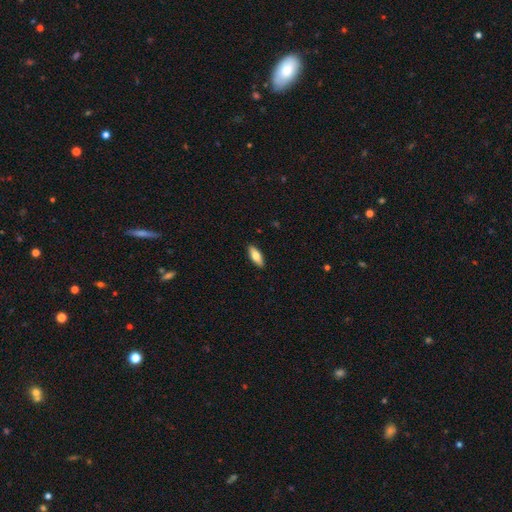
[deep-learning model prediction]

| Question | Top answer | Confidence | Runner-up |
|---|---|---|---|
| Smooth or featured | smooth | 71% | featured or disk (23%) |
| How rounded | in between | 70% | cigar-shaped (28%) |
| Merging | none | 90% | minor disturbance (8%) |